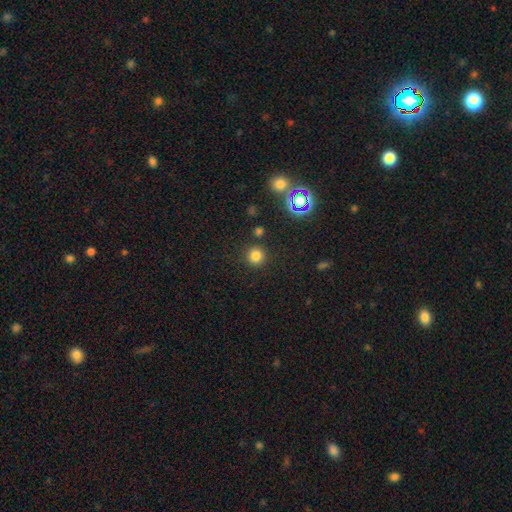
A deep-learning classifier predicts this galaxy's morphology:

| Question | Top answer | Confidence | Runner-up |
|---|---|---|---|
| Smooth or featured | smooth | 77% | star or artifact (17%) |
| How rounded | round | 93% | in between (6%) |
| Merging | none | 87% | minor disturbance (7%) |